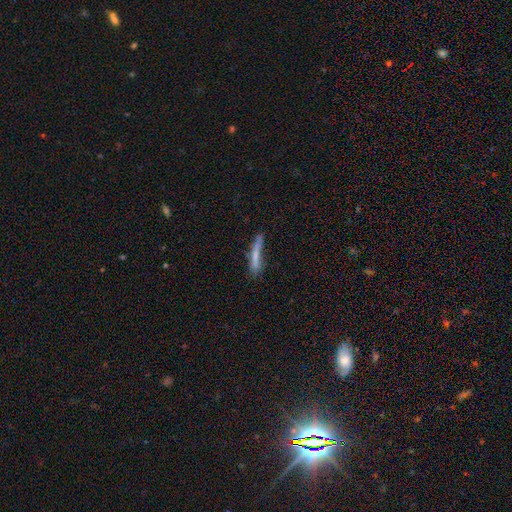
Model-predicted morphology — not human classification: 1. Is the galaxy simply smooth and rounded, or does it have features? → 65% smooth, 27% featured or disk, 8% star or artifact.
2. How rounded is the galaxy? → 92% cigar-shaped, 6% in between, 2% round.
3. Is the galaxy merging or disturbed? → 57% none, 25% minor disturbance, 11% major disturbance, 6% merger.